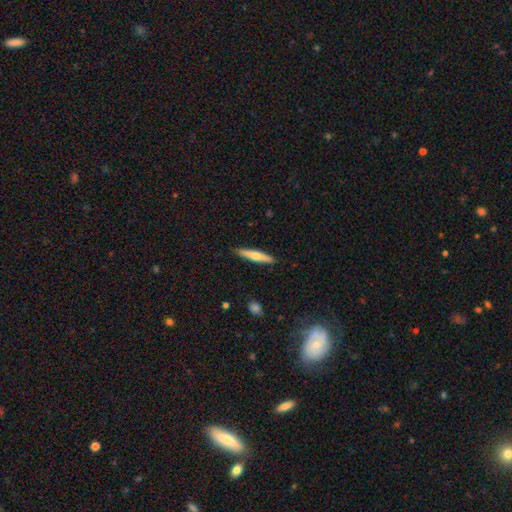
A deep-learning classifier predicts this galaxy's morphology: A smooth galaxy with no disk features (54%) that is cigar-shaped (89%). Merging: none (90%).